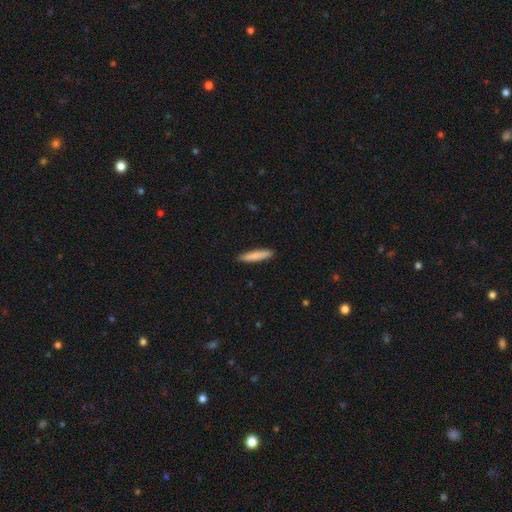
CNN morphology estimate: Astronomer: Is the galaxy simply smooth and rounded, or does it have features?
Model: smooth — 84%.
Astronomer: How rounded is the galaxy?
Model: cigar-shaped — 89%.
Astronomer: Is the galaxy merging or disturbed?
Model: none — 90%.